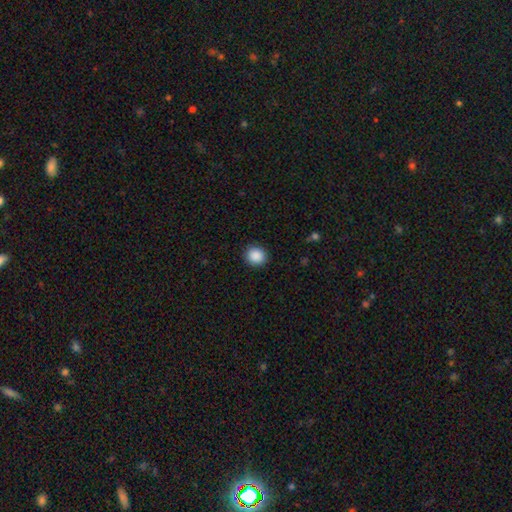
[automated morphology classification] Q: Smooth or featured?
A: smooth (89%); runner-up: star or artifact (9%)
Q: How rounded?
A: round (84%); runner-up: in between (15%)
Q: Merging?
A: none (91%); runner-up: minor disturbance (6%)